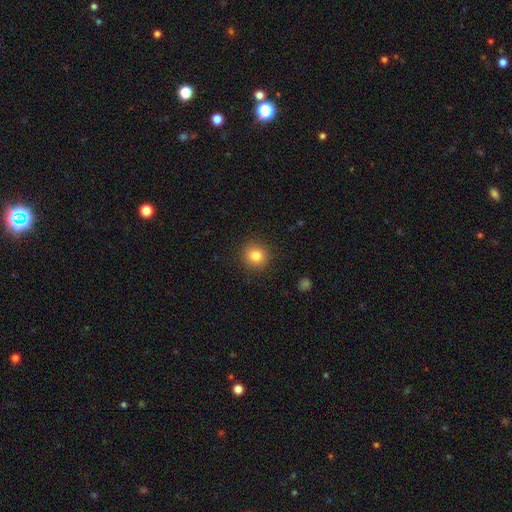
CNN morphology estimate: Overall: smooth (81%). How rounded: round (92%). Merging: none (90%).